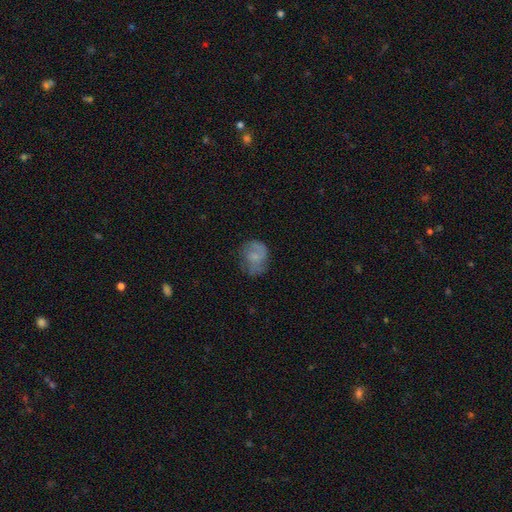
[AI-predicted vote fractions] Smooth or featured?
  - smooth: 55% *
  - featured or disk: 36%
  - star or artifact: 9%
How rounded?
  - round: 56% *
  - in between: 43%
  - cigar-shaped: 1%
Merging?
  - none: 54% *
  - minor disturbance: 29%
  - major disturbance: 16%
  - merger: 2%